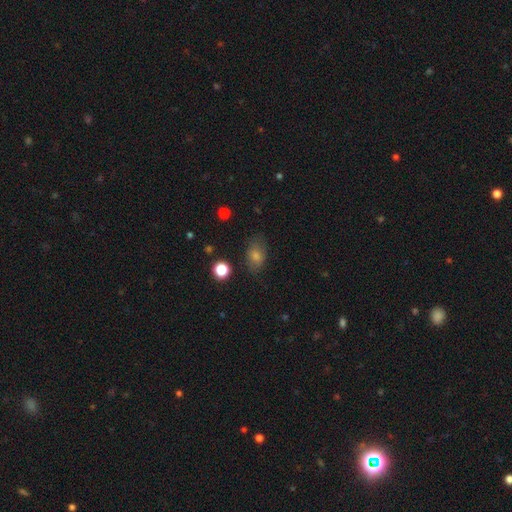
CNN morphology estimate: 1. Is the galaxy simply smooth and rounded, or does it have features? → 64% smooth, 20% star or artifact, 16% featured or disk.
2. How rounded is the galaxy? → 78% in between, 20% round, 2% cigar-shaped.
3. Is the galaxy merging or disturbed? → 78% none, 15% minor disturbance, 5% major disturbance, 2% merger.